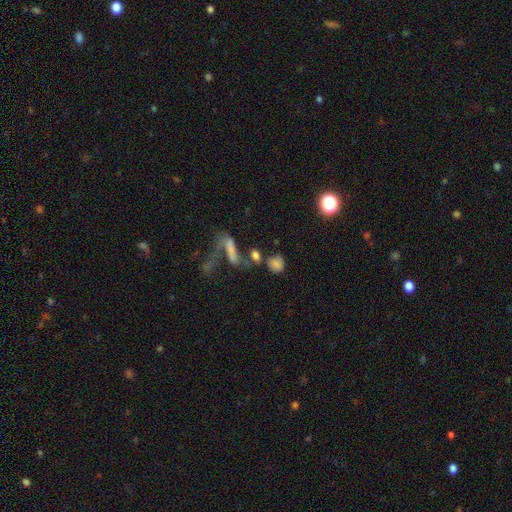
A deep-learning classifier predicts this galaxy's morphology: smooth 62%, featured or disk 20%, star or artifact 18%. Down the decision tree: how rounded — in between (42%); merging — merger (36%).